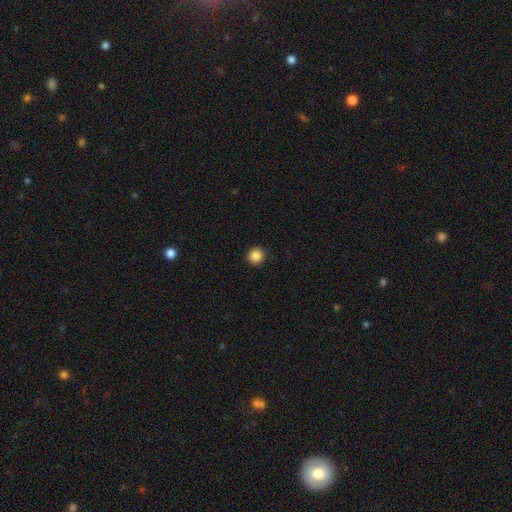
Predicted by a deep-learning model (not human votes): Smooth or featured? smooth (86%)
How rounded? round (96%)
Merging? none (93%)